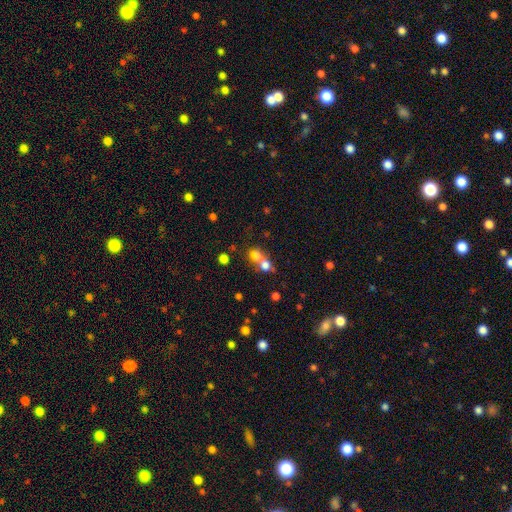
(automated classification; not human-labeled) Smooth or featured?
  - smooth: 66% *
  - featured or disk: 20%
  - star or artifact: 14%
How rounded?
  - round: 62% *
  - in between: 34%
  - cigar-shaped: 4%
Merging?
  - merger: 69% *
  - none: 21%
  - minor disturbance: 5%
  - major disturbance: 4%